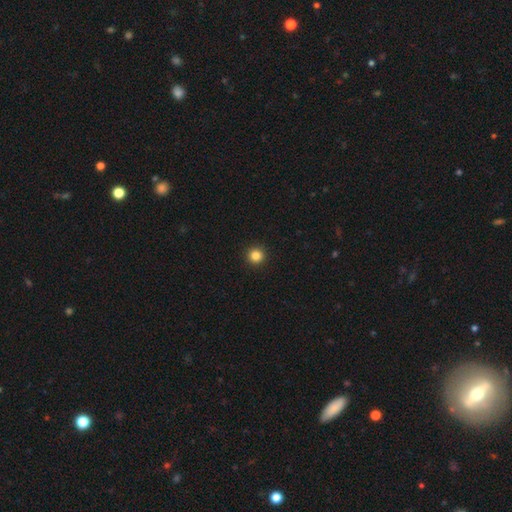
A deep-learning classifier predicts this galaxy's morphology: Overall: smooth (84%). How rounded: round (96%). Merging: none (94%).